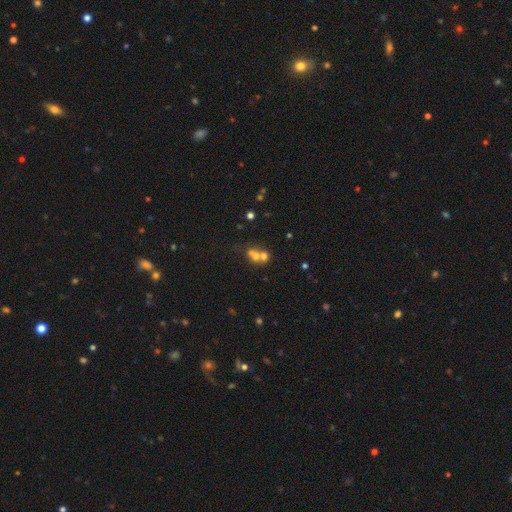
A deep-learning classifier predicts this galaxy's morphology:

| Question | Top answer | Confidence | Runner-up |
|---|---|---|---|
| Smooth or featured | smooth | 58% | featured or disk (25%) |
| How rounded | round | 65% | in between (34%) |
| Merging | merger | 64% | none (26%) |